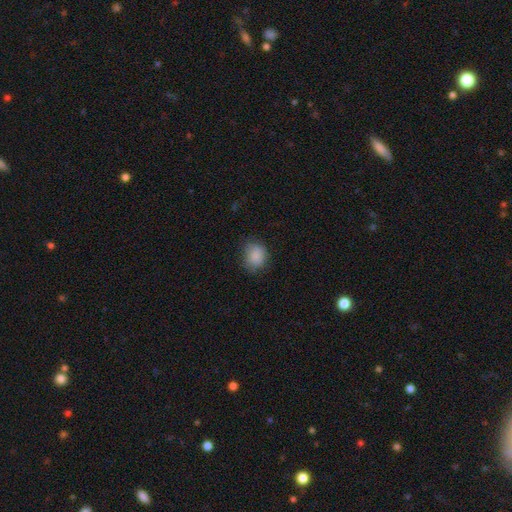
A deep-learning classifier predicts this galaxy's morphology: smooth_or_featured: smooth (p=0.85) [alt: star or artifact p=0.08]
how_rounded: round (p=0.65) [alt: in between p=0.34]
merging: none (p=0.68) [alt: minor disturbance p=0.24]